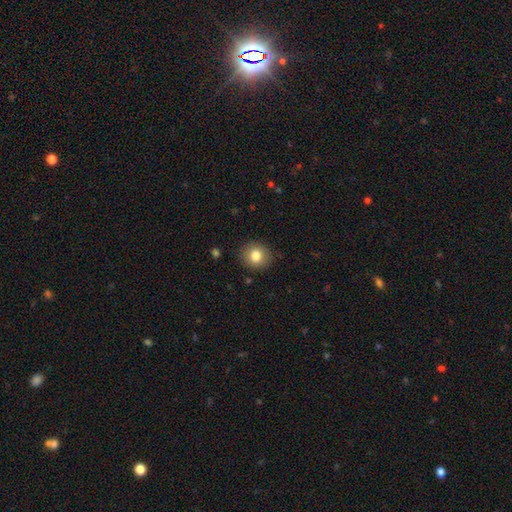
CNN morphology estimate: smooth 82%, star or artifact 9%, featured or disk 9%. Down the decision tree: how rounded — round (81%); merging — none (89%).